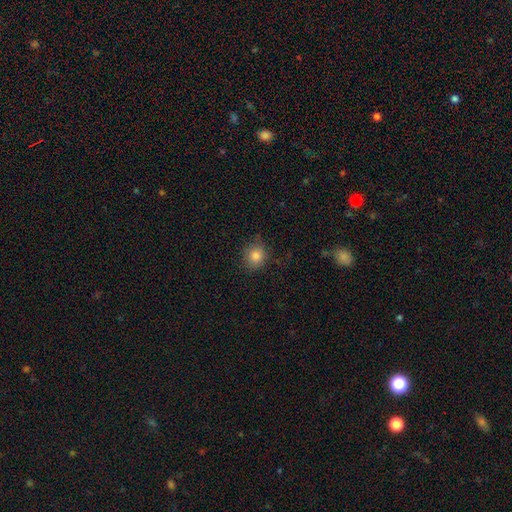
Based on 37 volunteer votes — This appears to be a smooth galaxy with no disk features (92%) that is round (88%). Merging: none (89%).